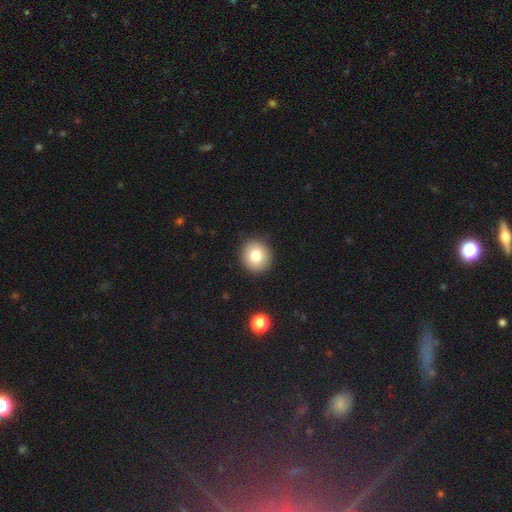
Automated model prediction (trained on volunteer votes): Smooth or featured? Predicted: smooth (p=0.79). How rounded? Predicted: round (p=0.85). Merging? Predicted: none (p=0.91).